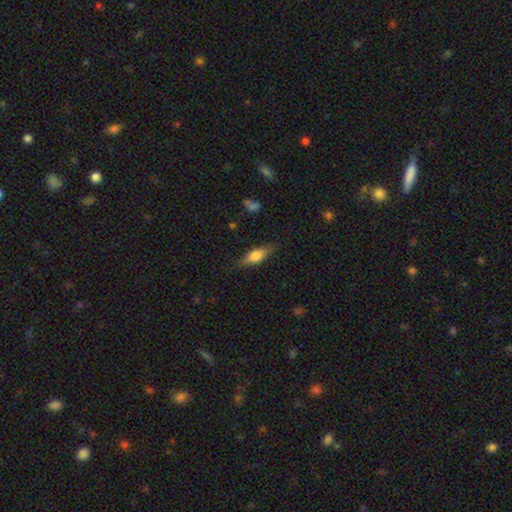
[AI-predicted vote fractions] smooth 60%, featured or disk 33%, star or artifact 7%. Down the decision tree: how rounded — in between (61%); merging — none (79%).